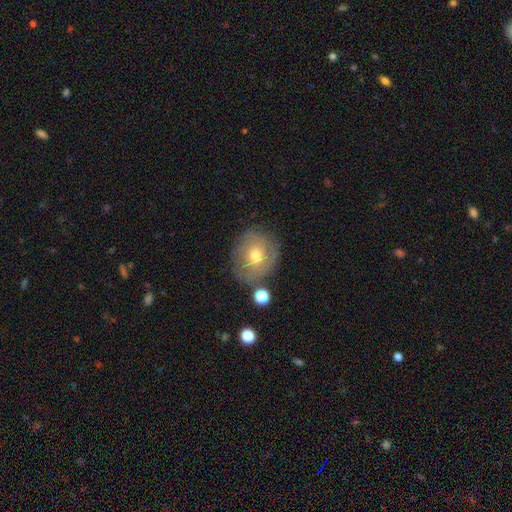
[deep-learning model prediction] A smooth galaxy with no disk features (53%) that is round (79%).

Vote fractions:
- Smooth or featured? smooth: 53% / featured or disk: 37% / star or artifact: 10%
- How rounded? round: 79% / in between: 20% / cigar-shaped: 1%
- Merging? none: 70% / minor disturbance: 18% / major disturbance: 7% / merger: 5%